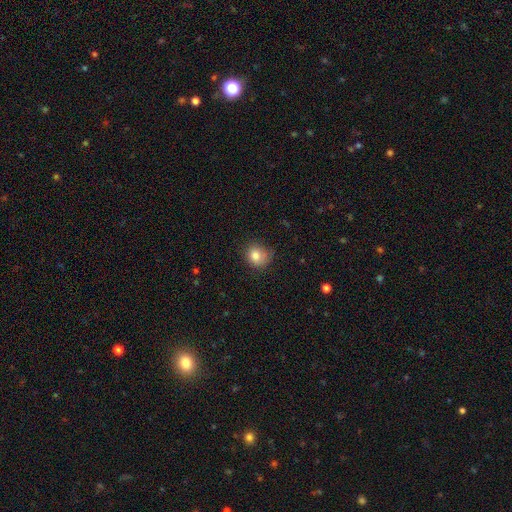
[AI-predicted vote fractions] smooth 81%, star or artifact 10%, featured or disk 9%. Down the decision tree: how rounded — round (76%); merging — none (68%).